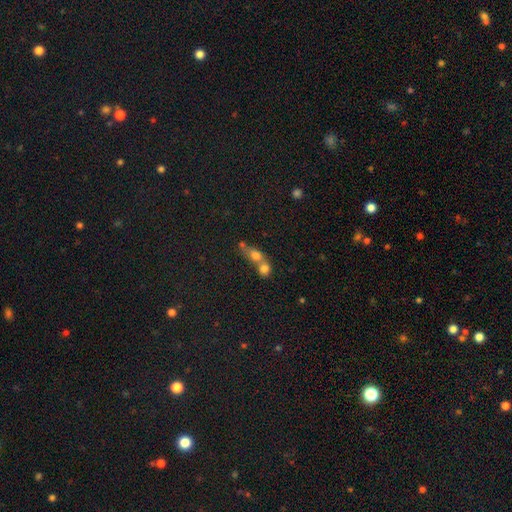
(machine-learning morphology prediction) Overall: smooth (71%). How rounded: round (47%, tied with in between). Merging: merger (72%).